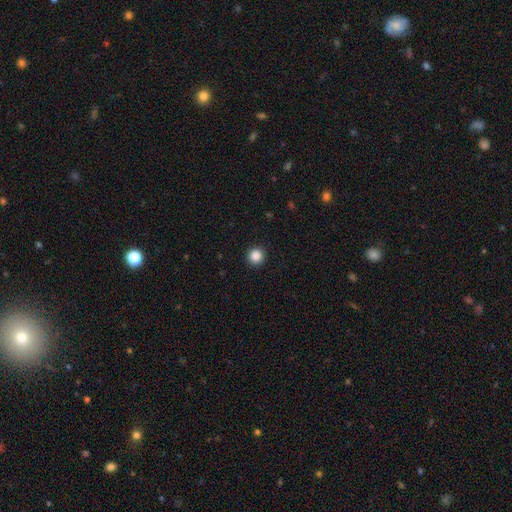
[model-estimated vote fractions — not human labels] smooth-or-featured: smooth: 88% | star or artifact: 10% | featured or disk: 3%
  how-rounded: round: 95% | in between: 4% | cigar-shaped: 1%
  merging: none: 93% | minor disturbance: 4% | major disturbance: 2% | merger: 1%